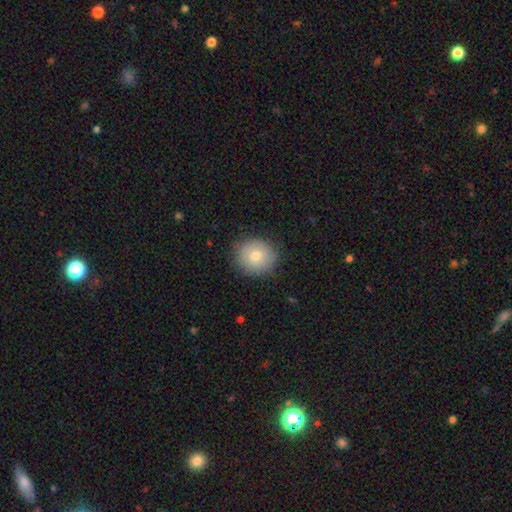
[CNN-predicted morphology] This appears to be a smooth galaxy with no disk features (75%) that is round (87%). Merging: none (84%).